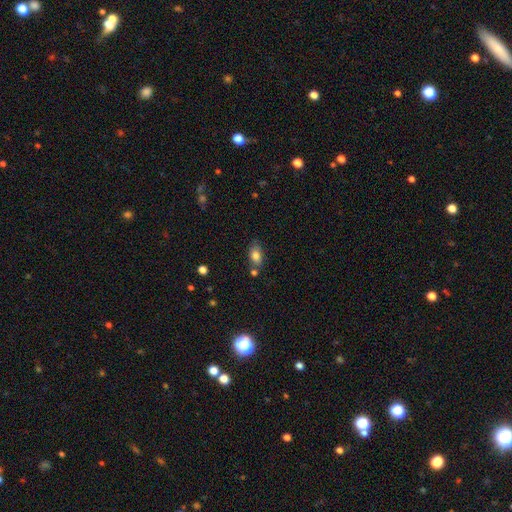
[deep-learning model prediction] The model was most divided on "merging": none: 66%, minor disturbance: 18%, merger: 12%, major disturbance: 4%. More confident: how rounded — in between (87%); smooth or featured — smooth (80%).